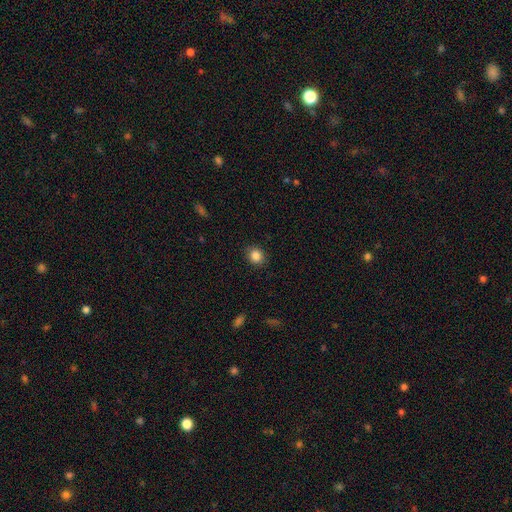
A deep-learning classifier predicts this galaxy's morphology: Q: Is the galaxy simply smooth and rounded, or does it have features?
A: smooth — 86%.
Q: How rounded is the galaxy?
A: round — 76%.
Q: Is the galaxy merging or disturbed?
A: none — 89%.